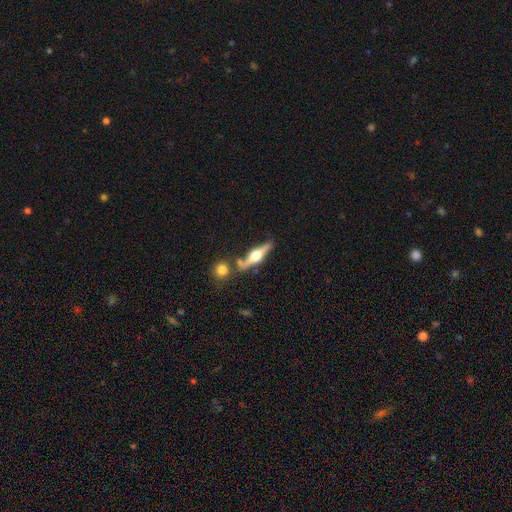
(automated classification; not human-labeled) Smooth or featured: featured or disk — 75% (smooth — 20%)
Edge-on disk: yes — 95% (no — 5%)
Edge-on bulge: rounded — 96% (boxy — 3%)
Merging: none — 70% (merger — 14%)